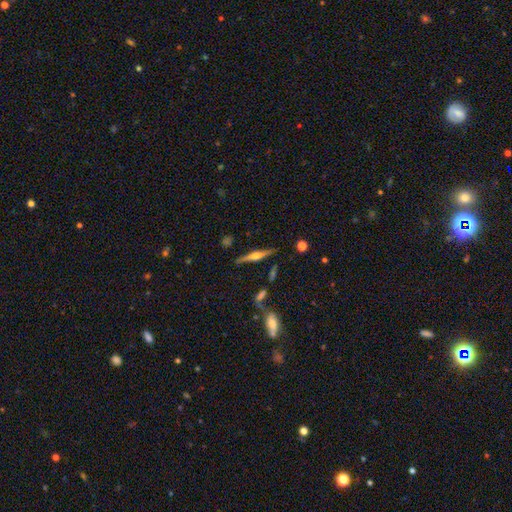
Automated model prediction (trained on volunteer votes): This is likely a featured or disk galaxy (71%). It is clearly viewed edge-on (97%). Edge-on bulge: clearly rounded (86%). Merging: clearly none (83%).